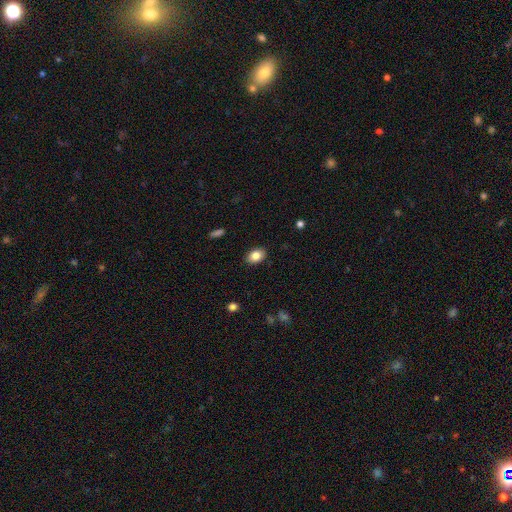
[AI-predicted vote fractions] smooth 84%, star or artifact 8%, featured or disk 7%. Down the decision tree: how rounded — in between (81%); merging — none (88%).